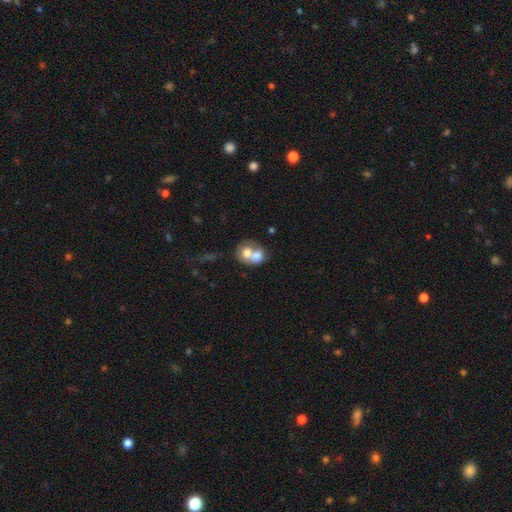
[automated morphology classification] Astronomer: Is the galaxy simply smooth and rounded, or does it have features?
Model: smooth — 65%.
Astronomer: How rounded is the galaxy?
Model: round — 55% (runner-up: in between, 44%).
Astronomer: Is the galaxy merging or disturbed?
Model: merger — 72%.